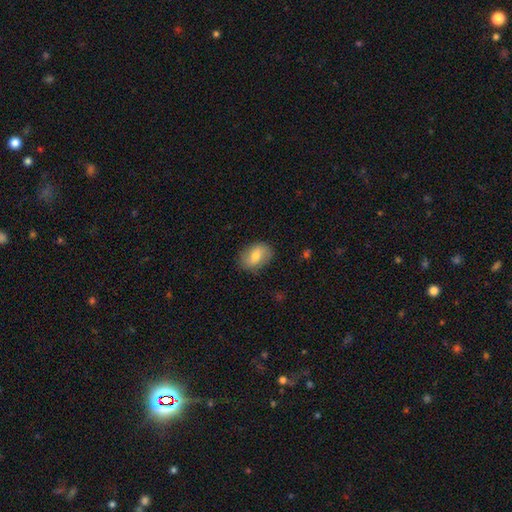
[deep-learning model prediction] Q: Smooth or featured?
A: smooth (69%); runner-up: featured or disk (24%)
Q: How rounded?
A: in between (78%); runner-up: round (21%)
Q: Merging?
A: none (82%); runner-up: minor disturbance (14%)